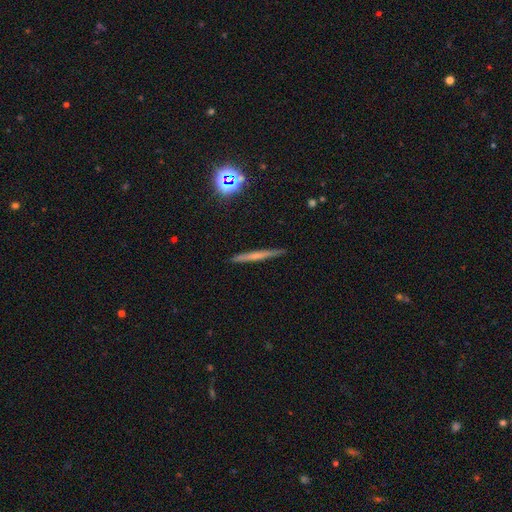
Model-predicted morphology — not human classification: Smooth or featured?
  - featured or disk: 46% *
  - smooth: 41%
  - star or artifact: 12%
Merging?
  - none: 90% *
  - minor disturbance: 7%
  - major disturbance: 2%
  - merger: 1%